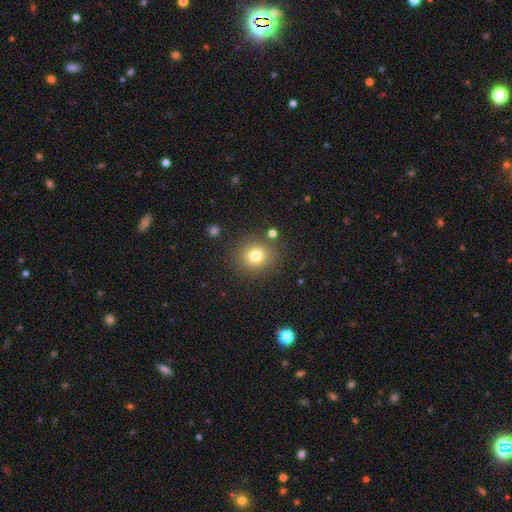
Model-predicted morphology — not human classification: This is likely a smooth galaxy (77%). How rounded: clearly round (84%). Merging: clearly none (85%).